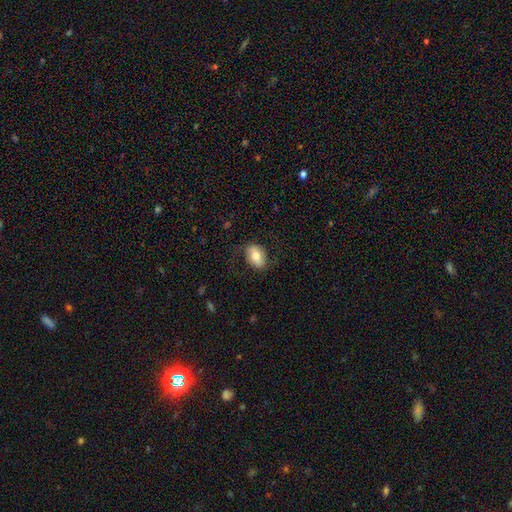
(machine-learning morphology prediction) Overall: smooth (68%). How rounded: in between (83%). Merging: none (75%).